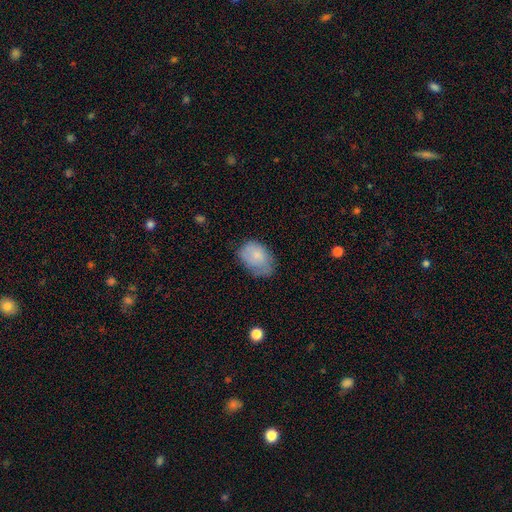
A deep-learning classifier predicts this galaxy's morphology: Smooth or featured? Predicted: smooth (p=0.76). How rounded? Predicted: in between (p=0.85). Merging? Predicted: none (p=0.50).